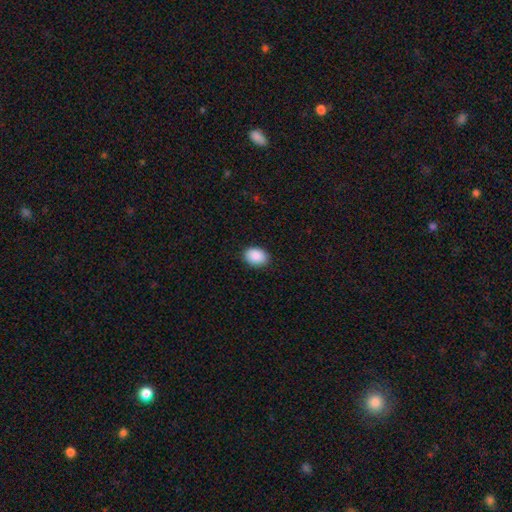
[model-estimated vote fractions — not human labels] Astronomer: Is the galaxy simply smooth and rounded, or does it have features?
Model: smooth — 90%.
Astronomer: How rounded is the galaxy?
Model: in between — 74%.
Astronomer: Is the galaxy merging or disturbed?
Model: none — 89%.